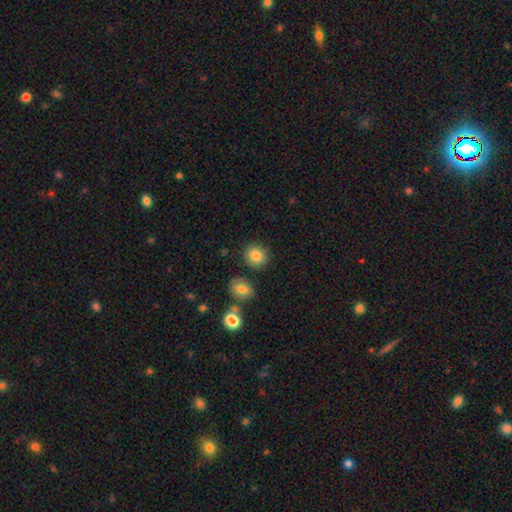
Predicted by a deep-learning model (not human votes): Smooth or featured? smooth (85%)
How rounded? round (82%)
Merging? none (85%)